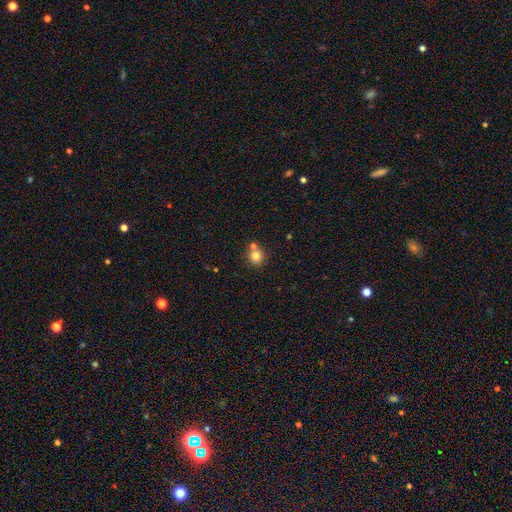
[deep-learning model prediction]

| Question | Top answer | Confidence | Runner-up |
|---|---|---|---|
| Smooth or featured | smooth | 80% | star or artifact (12%) |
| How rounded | round | 90% | in between (9%) |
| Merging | none | 64% | merger (25%) |